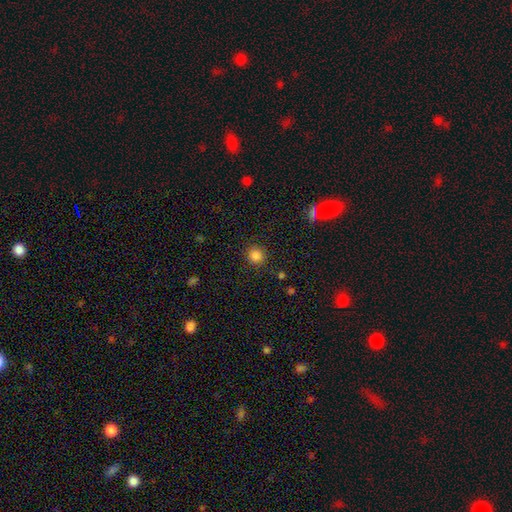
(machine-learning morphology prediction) smooth_or_featured: smooth (p=0.84) [alt: star or artifact p=0.12]
how_rounded: round (p=0.91) [alt: in between p=0.08]
merging: none (p=0.88) [alt: minor disturbance p=0.07]